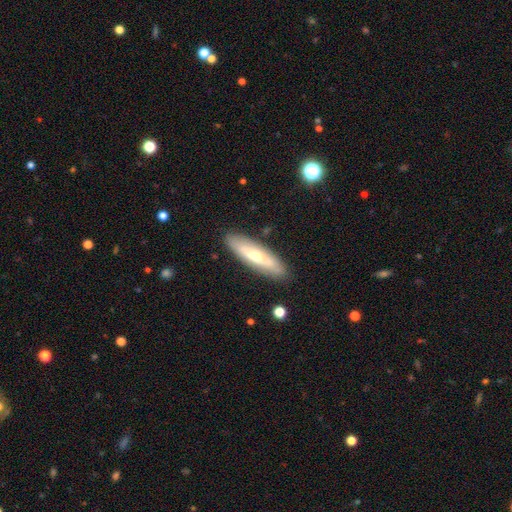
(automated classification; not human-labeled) This is possibly a smooth galaxy (49%). Merging: clearly none (87%).